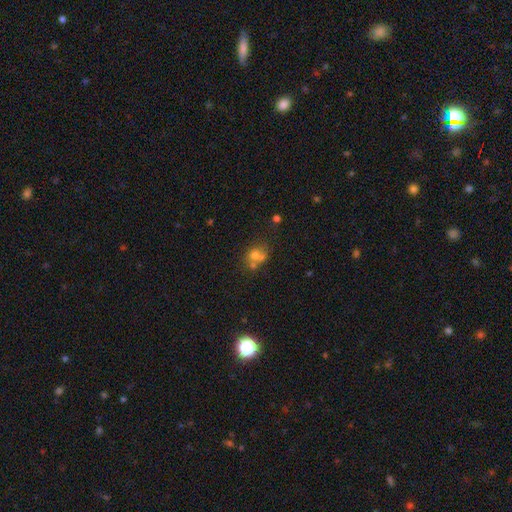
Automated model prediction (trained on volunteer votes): A smooth galaxy with no disk features (64%) that is round (70%). Merging: merger (45%).